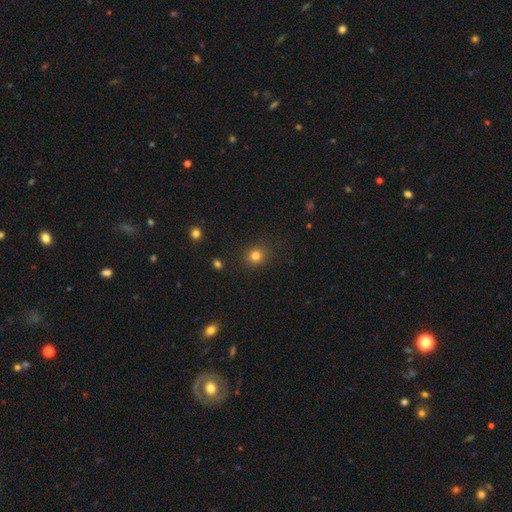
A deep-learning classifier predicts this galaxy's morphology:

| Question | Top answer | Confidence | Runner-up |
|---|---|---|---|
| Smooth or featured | smooth | 80% | star or artifact (14%) |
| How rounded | round | 84% | in between (15%) |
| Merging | none | 88% | minor disturbance (8%) |